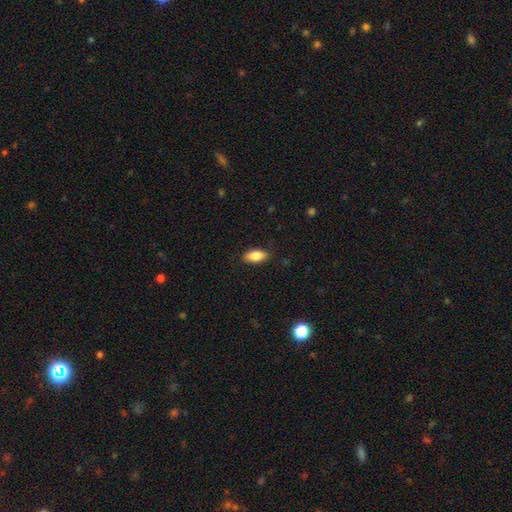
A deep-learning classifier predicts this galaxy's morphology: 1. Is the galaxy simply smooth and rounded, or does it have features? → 83% smooth, 10% featured or disk, 7% star or artifact.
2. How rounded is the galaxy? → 87% in between, 10% cigar-shaped, 3% round.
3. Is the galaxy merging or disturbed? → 86% none, 11% minor disturbance, 2% major disturbance, 1% merger.